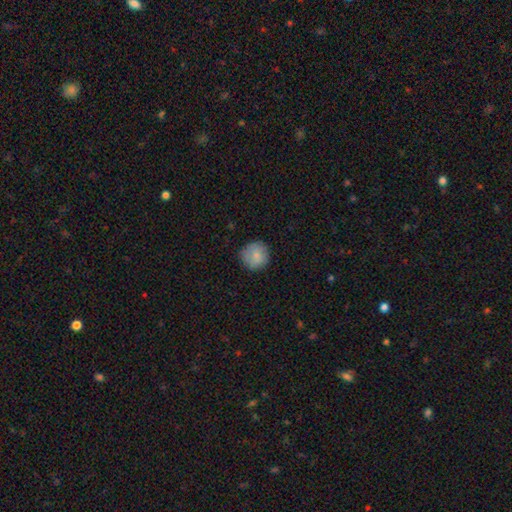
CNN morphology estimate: The model was most divided on "merging": none: 83%, minor disturbance: 13%, major disturbance: 3%, merger: 1%. More confident: how rounded — round (93%); smooth or featured — smooth (82%).